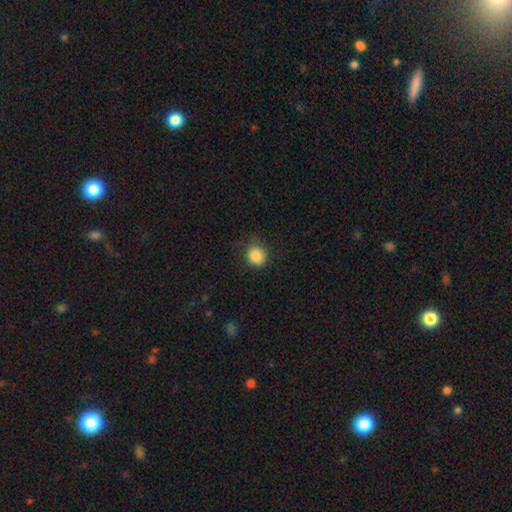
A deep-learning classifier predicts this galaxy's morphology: This is clearly a smooth galaxy (86%). How rounded: likely round (76%). Merging: likely none (69%).